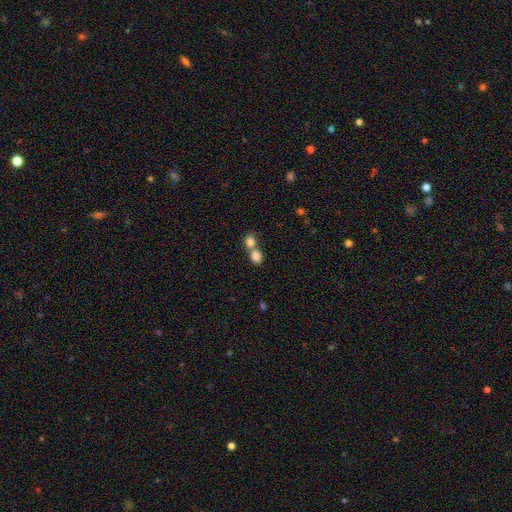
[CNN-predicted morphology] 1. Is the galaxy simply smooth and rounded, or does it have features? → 82% smooth, 9% featured or disk, 9% star or artifact.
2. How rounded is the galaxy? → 51% in between, 47% round, 2% cigar-shaped.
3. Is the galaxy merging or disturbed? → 65% merger, 27% none, 5% minor disturbance, 3% major disturbance.